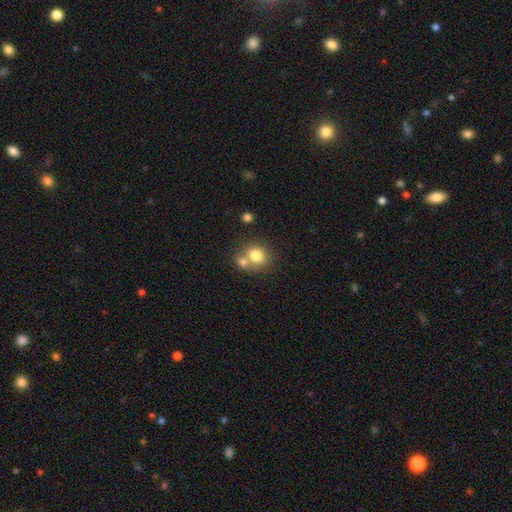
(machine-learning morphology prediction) The model was most divided on "merging": merger: 45%, none: 43%, minor disturbance: 9%, major disturbance: 3%. More confident: smooth or featured — smooth (78%); how rounded — round (75%).